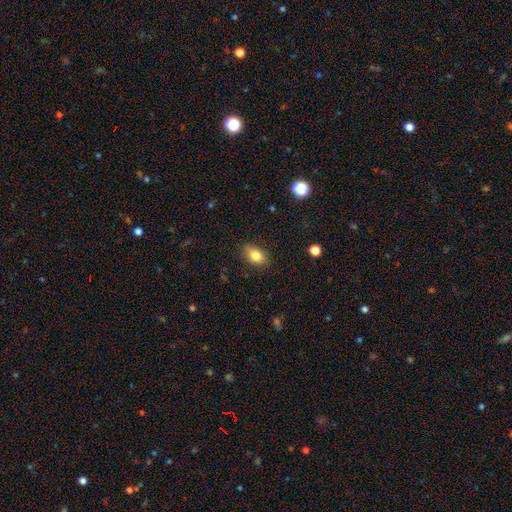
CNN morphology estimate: smooth-or-featured: smooth: 82% | featured or disk: 9% | star or artifact: 9%
  how-rounded: in between: 84% | round: 13% | cigar-shaped: 3%
  merging: none: 84% | minor disturbance: 12% | major disturbance: 3% | merger: 1%